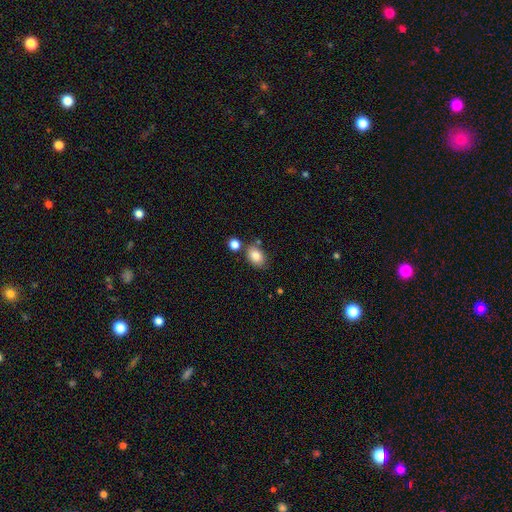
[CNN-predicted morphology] Smooth or featured? Predicted: smooth (p=0.84). How rounded? Predicted: in between (p=0.80). Merging? Predicted: none (p=0.70).